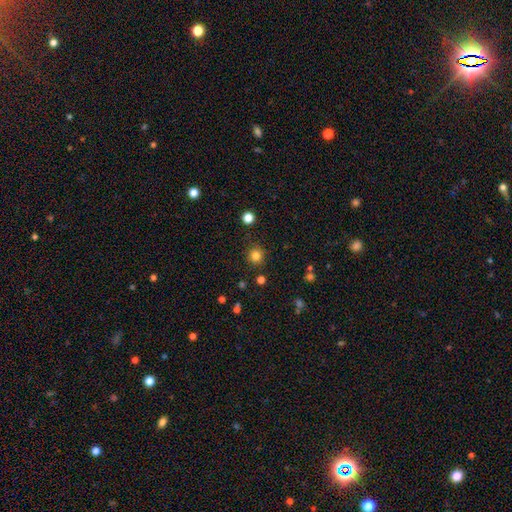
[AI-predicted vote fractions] Smooth or featured?
  - smooth: 82% *
  - star or artifact: 14%
  - featured or disk: 4%
How rounded?
  - round: 94% *
  - in between: 5%
  - cigar-shaped: 1%
Merging?
  - none: 89% *
  - minor disturbance: 7%
  - major disturbance: 2%
  - merger: 2%